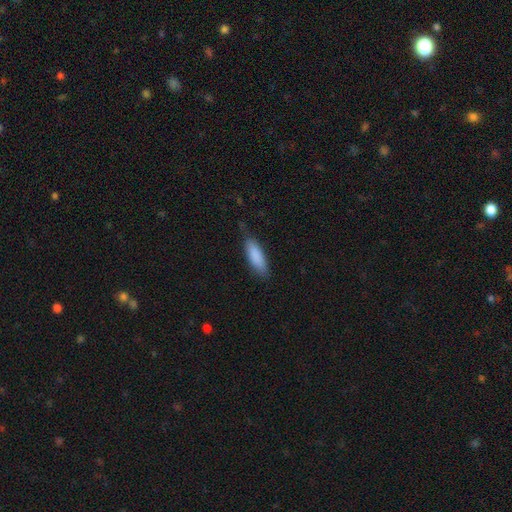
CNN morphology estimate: type=smooth (87%); roundness=in between (54%); merging=none (76%).